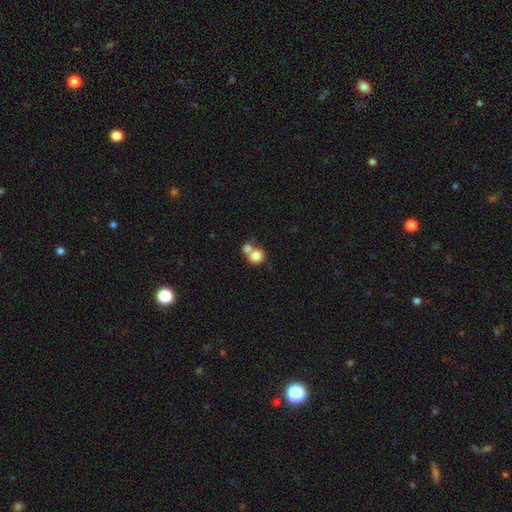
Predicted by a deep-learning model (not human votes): Smooth or featured? Predicted: smooth (p=0.79). How rounded? Predicted: round (p=0.81). Merging? Predicted: merger (p=0.58).